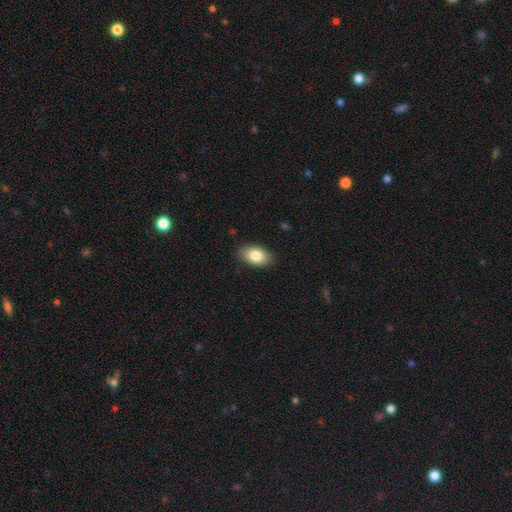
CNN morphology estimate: A smooth galaxy with no disk features (83%) that is in between round and cigar-shaped (91%). Merging: none (87%).